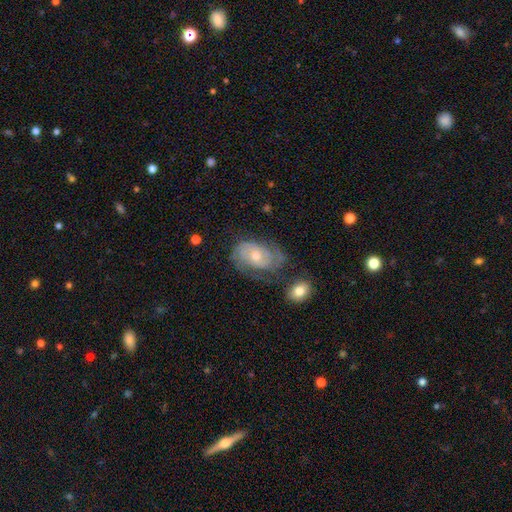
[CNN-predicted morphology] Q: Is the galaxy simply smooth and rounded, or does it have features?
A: featured or disk — 73%.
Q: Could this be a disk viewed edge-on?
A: no — 96%.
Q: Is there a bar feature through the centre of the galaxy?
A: no — 73%.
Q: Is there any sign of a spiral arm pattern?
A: yes — 87%.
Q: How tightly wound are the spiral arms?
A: tight — 54%.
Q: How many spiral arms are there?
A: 2 — 47%.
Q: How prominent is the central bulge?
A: moderate — 49%.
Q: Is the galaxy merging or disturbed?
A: none — 53%.